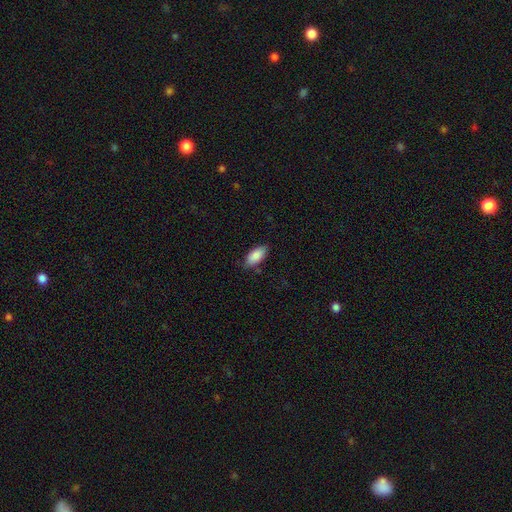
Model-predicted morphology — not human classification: The model was most divided on "merging": none: 79%, minor disturbance: 16%, major disturbance: 3%, merger: 1%. More confident: how rounded — in between (90%); smooth or featured — smooth (86%).